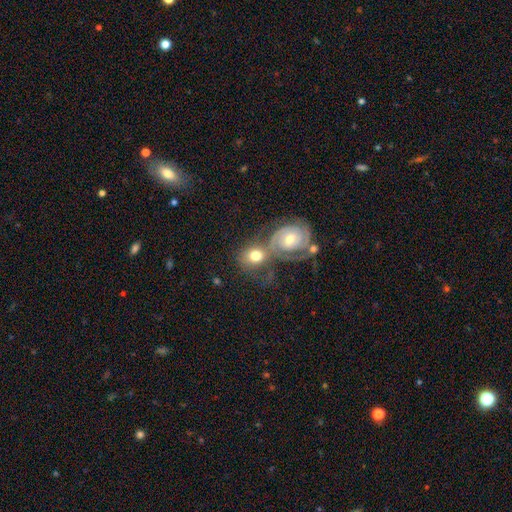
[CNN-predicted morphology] The model was most divided on "smooth or featured": featured or disk: 49%, smooth: 43%, star or artifact: 7%. More confident: merging — merger (56%).